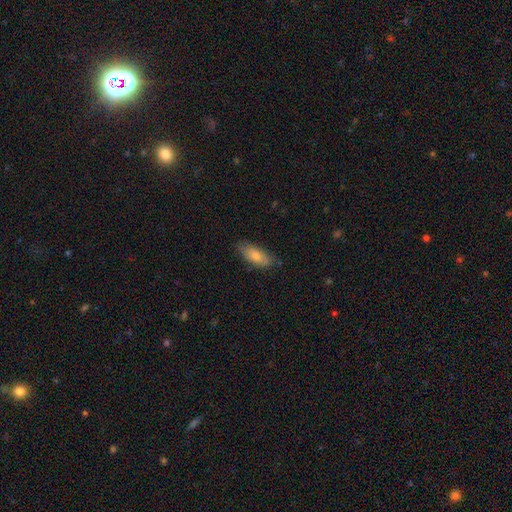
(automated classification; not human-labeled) Smooth or featured? smooth (73%)
How rounded? in between (76%)
Merging? none (80%)